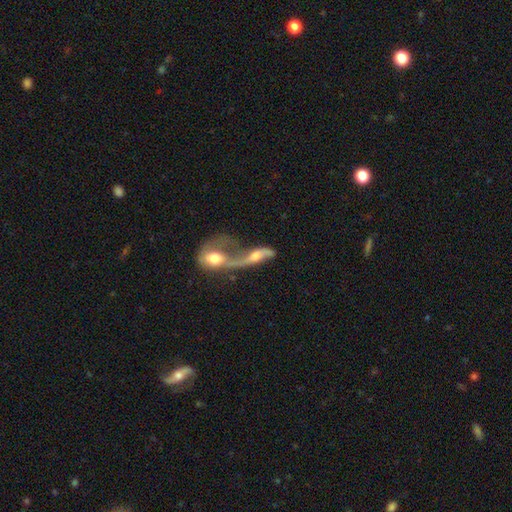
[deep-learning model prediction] Q: Smooth or featured?
A: featured or disk (64%); runner-up: smooth (28%)
Q: Edge-on disk?
A: no (84%); runner-up: yes (16%)
Q: Bar?
A: no (60%); runner-up: weak (31%)
Q: Spiral arms?
A: yes (73%); runner-up: no (27%)
Q: Bulge size?
A: moderate (54%); runner-up: small (23%)
Q: Merging?
A: merger (70%); runner-up: major disturbance (13%)